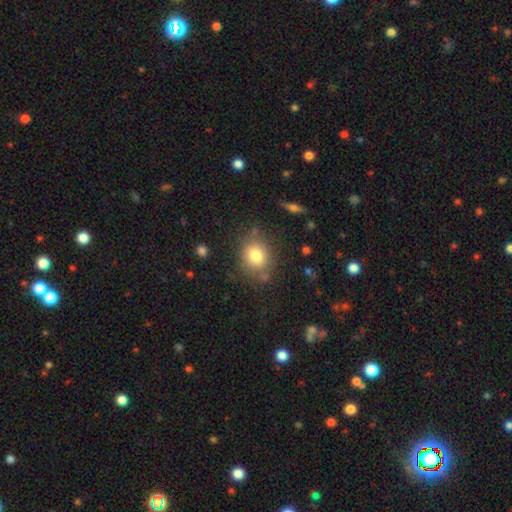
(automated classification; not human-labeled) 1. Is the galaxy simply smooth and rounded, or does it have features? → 79% smooth, 11% star or artifact, 11% featured or disk.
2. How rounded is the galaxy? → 73% round, 26% in between, 1% cigar-shaped.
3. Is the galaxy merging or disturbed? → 76% none, 14% minor disturbance, 5% merger, 5% major disturbance.